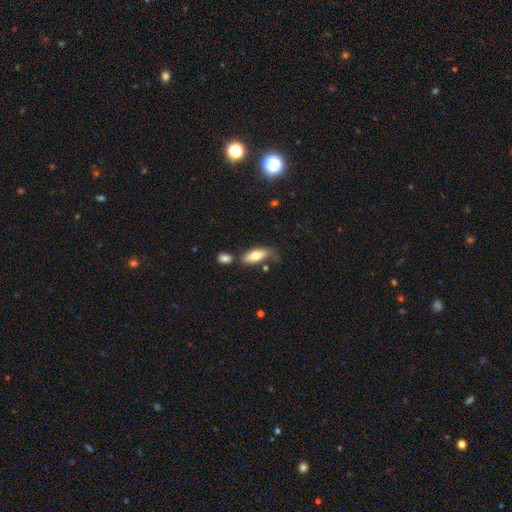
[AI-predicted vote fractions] Smooth or featured?
  - smooth: 77% *
  - featured or disk: 17%
  - star or artifact: 7%
How rounded?
  - in between: 75% *
  - cigar-shaped: 22%
  - round: 2%
Merging?
  - none: 51% *
  - minor disturbance: 25%
  - merger: 14%
  - major disturbance: 9%